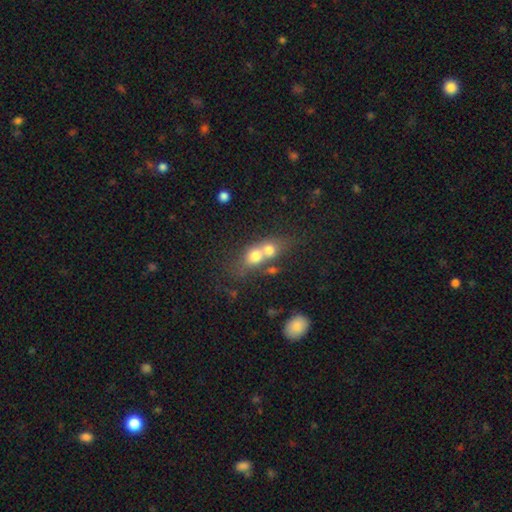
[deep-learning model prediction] smooth-or-featured: smooth: 68% | featured or disk: 21% | star or artifact: 11%
  how-rounded: round: 54% | in between: 41% | cigar-shaped: 5%
  merging: merger: 72% | none: 18% | minor disturbance: 5% | major disturbance: 4%